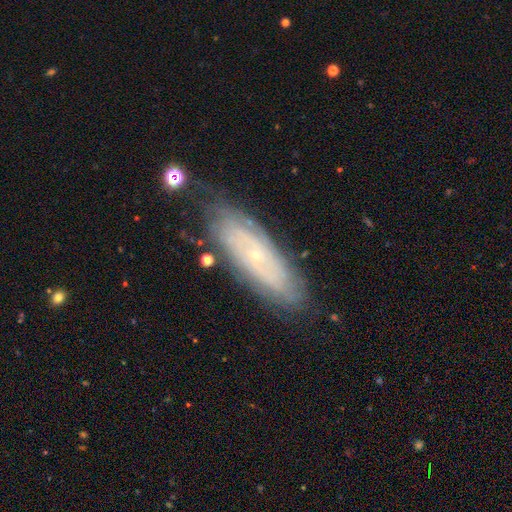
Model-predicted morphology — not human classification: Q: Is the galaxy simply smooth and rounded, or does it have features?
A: featured or disk — 72%.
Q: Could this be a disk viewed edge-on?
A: no — 83%.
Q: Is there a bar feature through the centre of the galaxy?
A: no — 80%.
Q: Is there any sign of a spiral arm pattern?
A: yes — 84%.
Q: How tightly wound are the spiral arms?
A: tight — 74%.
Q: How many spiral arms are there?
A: can't tell — 61%.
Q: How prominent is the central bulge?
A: small — 88%.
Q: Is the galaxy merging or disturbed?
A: none — 77%.